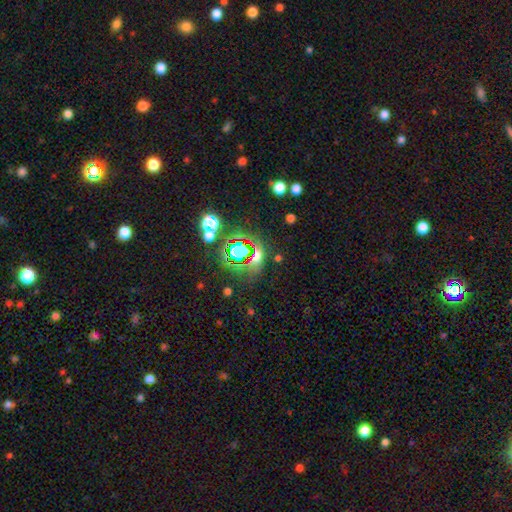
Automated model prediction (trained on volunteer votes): A star or artifact, not a galaxy (57%).

Vote fractions:
- Smooth or featured? star or artifact: 57% / smooth: 32% / featured or disk: 11%